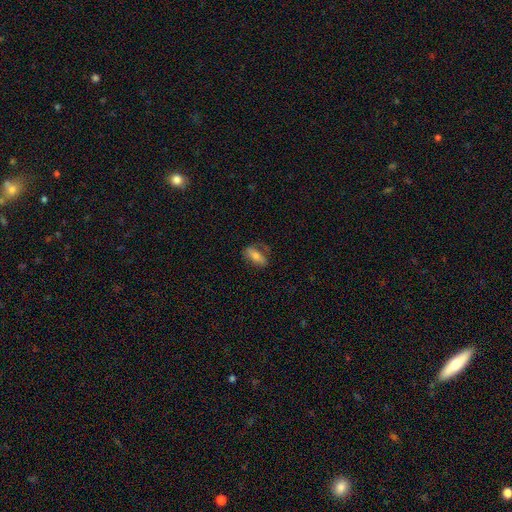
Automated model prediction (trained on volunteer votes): smooth_or_featured: smooth (p=0.64) [alt: featured or disk p=0.28]
how_rounded: in between (p=0.76) [alt: cigar-shaped p=0.20]
merging: none (p=0.68) [alt: minor disturbance p=0.21]